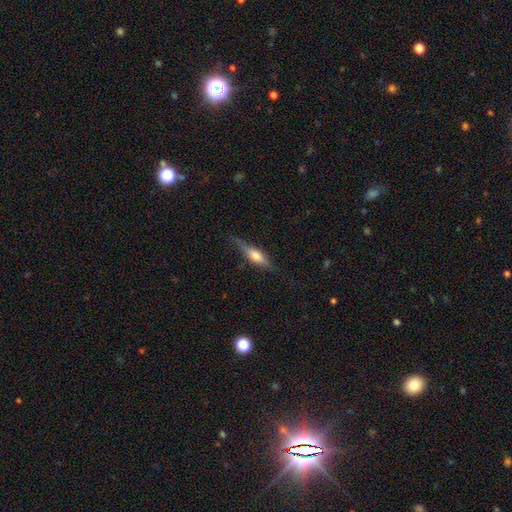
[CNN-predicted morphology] Q: Smooth or featured?
A: smooth (49%); runner-up: featured or disk (44%)
Q: Merging?
A: none (75%); runner-up: minor disturbance (19%)